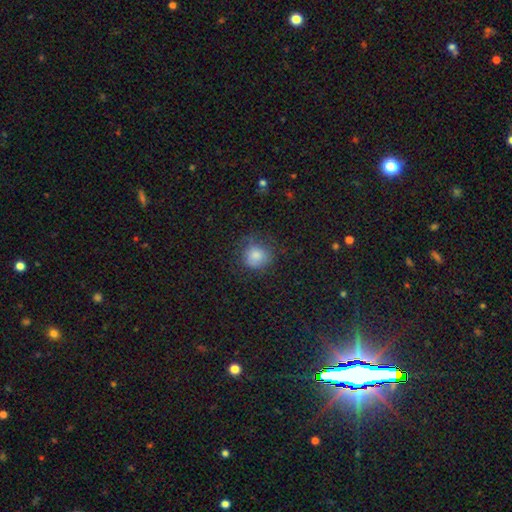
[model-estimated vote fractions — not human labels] Smooth or featured? Predicted: smooth (p=0.81). How rounded? Predicted: round (p=0.82). Merging? Predicted: none (p=0.67).